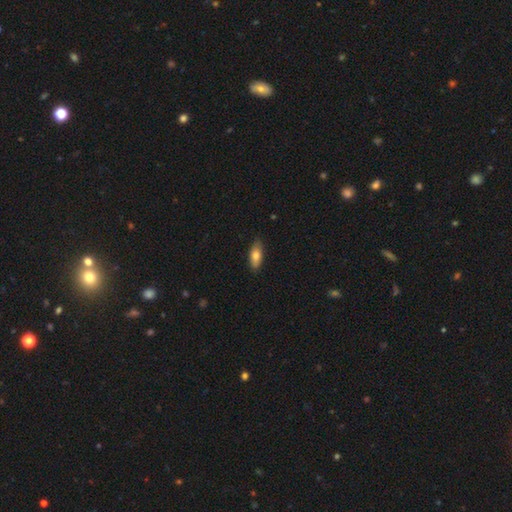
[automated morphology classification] Smooth or featured? Predicted: smooth (p=0.76). How rounded? Predicted: in between (p=0.75). Merging? Predicted: none (p=0.85).